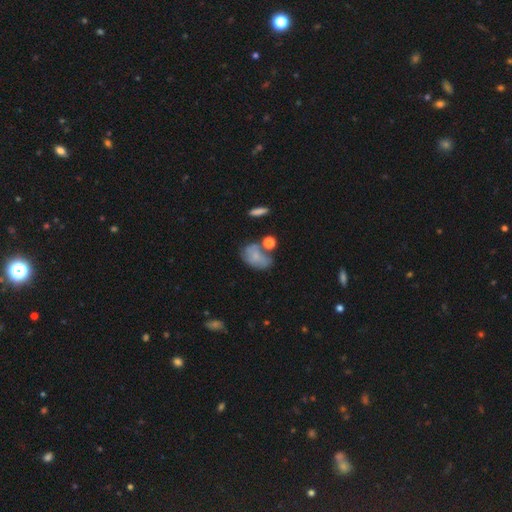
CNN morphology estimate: smooth_or_featured: smooth (p=0.63) [alt: featured or disk p=0.25]
how_rounded: in between (p=0.76) [alt: round p=0.22]
merging: none (p=0.38) [alt: minor disturbance p=0.25]